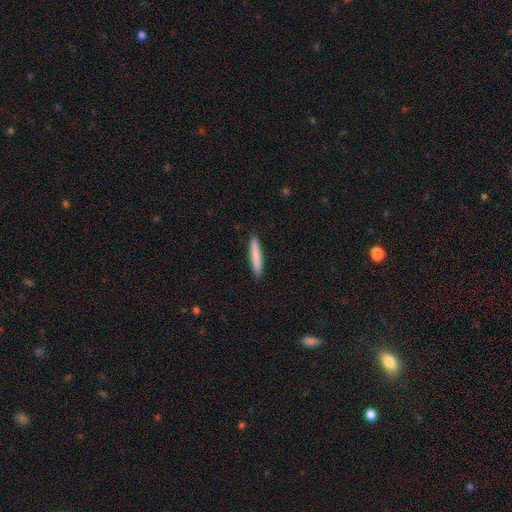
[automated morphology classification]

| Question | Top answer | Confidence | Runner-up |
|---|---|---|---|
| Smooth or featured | smooth | 82% | featured or disk (13%) |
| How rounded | cigar-shaped | 94% | in between (5%) |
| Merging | none | 92% | minor disturbance (6%) |